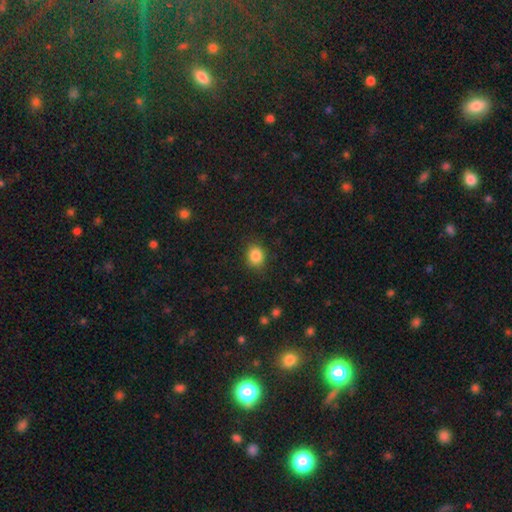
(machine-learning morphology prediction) Smooth or featured?
  - smooth: 86% *
  - star or artifact: 10%
  - featured or disk: 4%
How rounded?
  - round: 58% *
  - in between: 41%
  - cigar-shaped: 1%
Merging?
  - none: 85% *
  - minor disturbance: 10%
  - major disturbance: 3%
  - merger: 1%